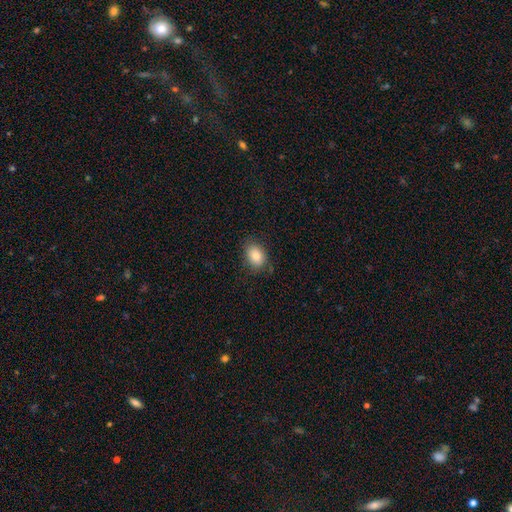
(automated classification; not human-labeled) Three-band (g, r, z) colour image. It shows a smooth galaxy with no disk features (84%) that is in between round and cigar-shaped (77%). Merging: none (79%).